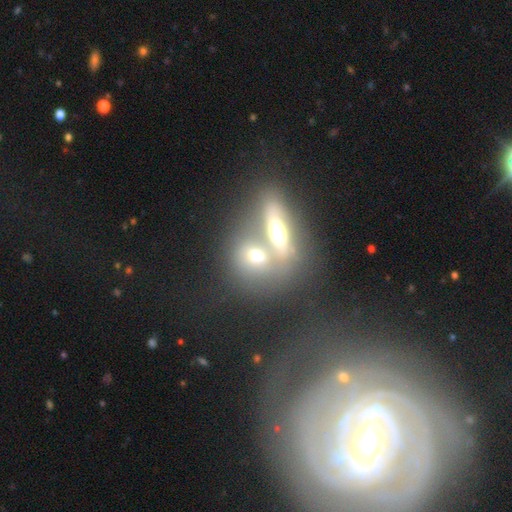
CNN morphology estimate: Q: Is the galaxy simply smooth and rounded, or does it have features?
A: smooth — 56%.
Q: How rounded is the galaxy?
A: in between — 50%.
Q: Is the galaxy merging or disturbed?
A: merger — 64%.